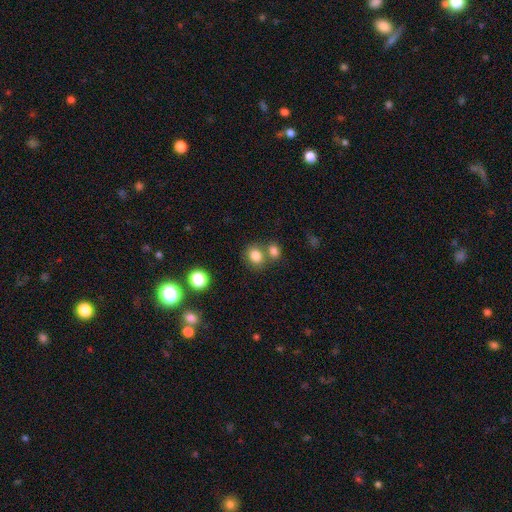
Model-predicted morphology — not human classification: Smooth or featured?
  - smooth: 82% *
  - star or artifact: 11%
  - featured or disk: 7%
How rounded?
  - round: 60% *
  - in between: 39%
  - cigar-shaped: 1%
Merging?
  - none: 56% *
  - merger: 30%
  - minor disturbance: 10%
  - major disturbance: 4%